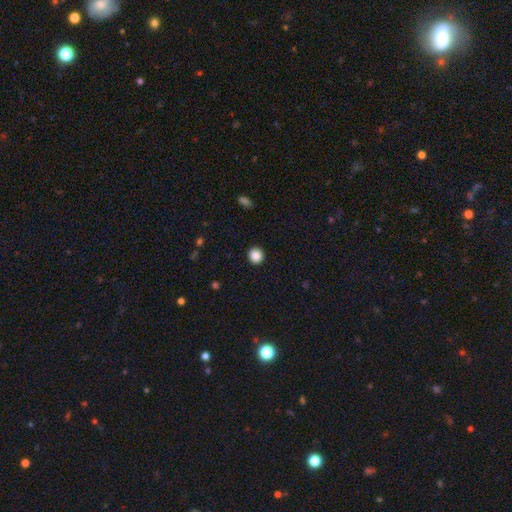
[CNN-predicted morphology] Smooth or featured?
  - smooth: 87% *
  - star or artifact: 10%
  - featured or disk: 3%
How rounded?
  - round: 93% *
  - in between: 6%
  - cigar-shaped: 1%
Merging?
  - none: 92% *
  - minor disturbance: 5%
  - major disturbance: 2%
  - merger: 1%